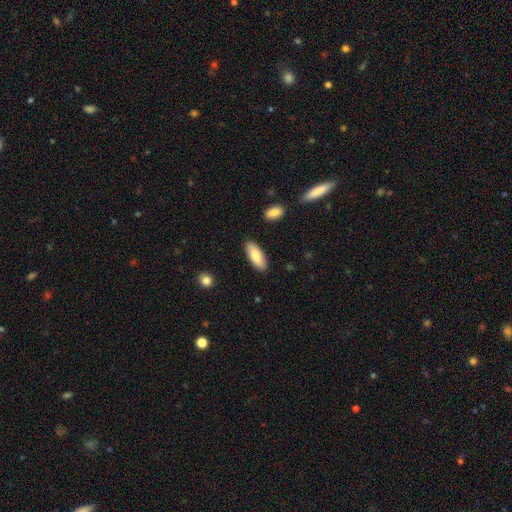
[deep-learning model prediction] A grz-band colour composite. It shows a smooth galaxy with no disk features (84%) that is in between round and cigar-shaped (76%). Merging: none (87%).